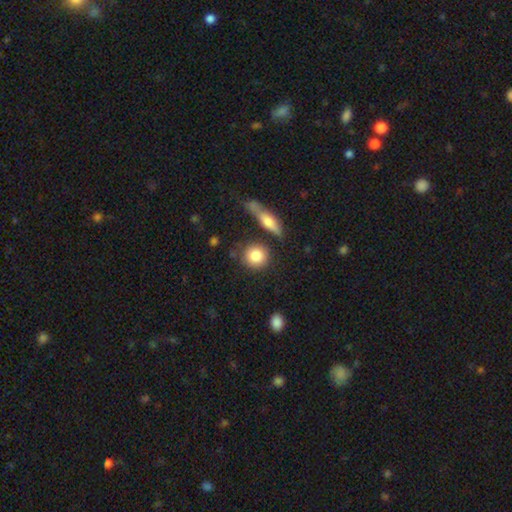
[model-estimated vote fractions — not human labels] A smooth galaxy with no disk features (83%) that is round (85%).

Vote fractions:
- Smooth or featured? smooth: 83% / featured or disk: 10% / star or artifact: 7%
- How rounded? round: 85% / in between: 12% / cigar-shaped: 3%
- Merging? none: 76% / minor disturbance: 11% / merger: 9% / major disturbance: 4%